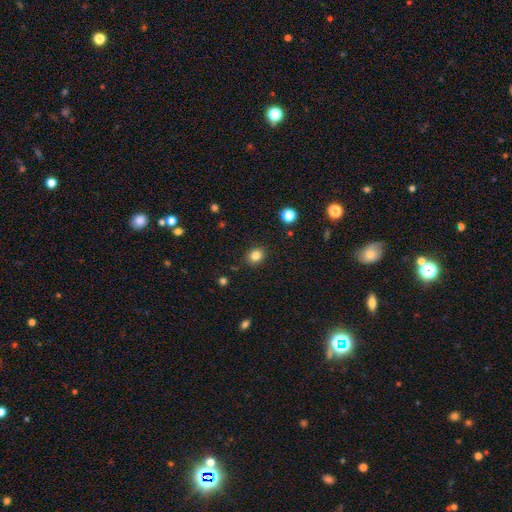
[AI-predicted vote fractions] Smooth or featured? smooth (83%)
How rounded? round (67%)
Merging? none (88%)